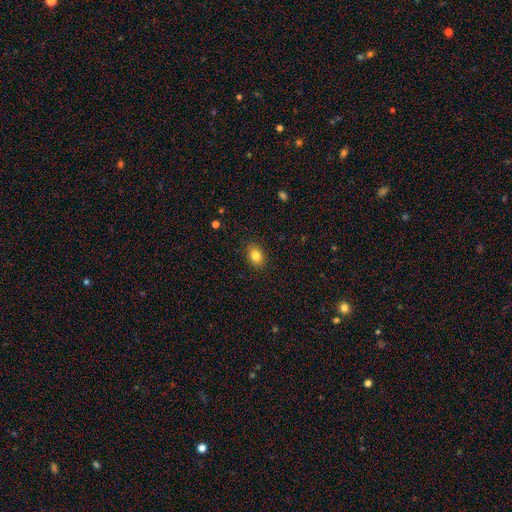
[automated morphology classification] smooth-or-featured: smooth: 83% | star or artifact: 10% | featured or disk: 7%
  how-rounded: in between: 67% | round: 32% | cigar-shaped: 1%
  merging: none: 87% | minor disturbance: 10% | major disturbance: 2% | merger: 1%